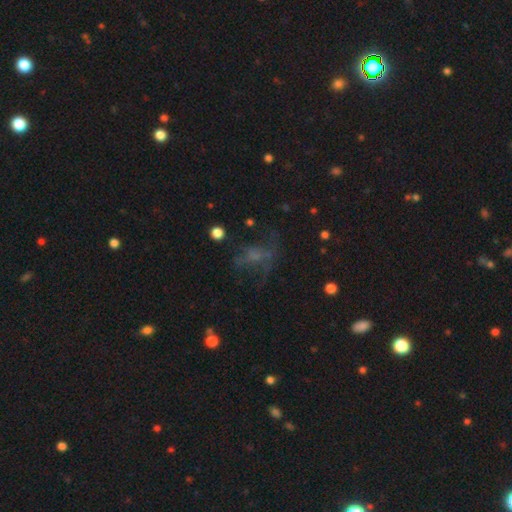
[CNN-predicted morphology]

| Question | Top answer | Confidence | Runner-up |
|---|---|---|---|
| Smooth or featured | featured or disk | 37% | smooth (33%) |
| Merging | none | 44% | major disturbance (34%) |